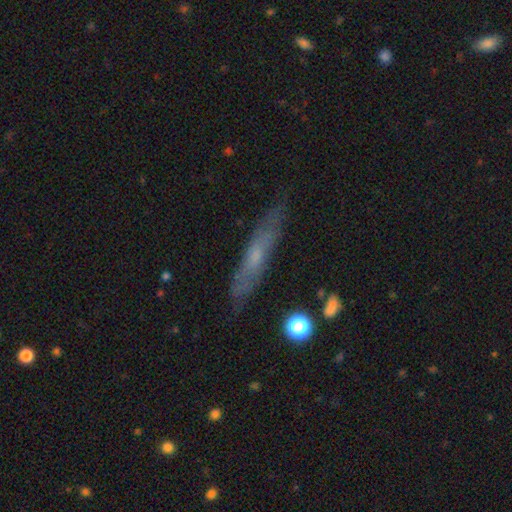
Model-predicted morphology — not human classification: smooth_or_featured: featured or disk (p=0.50) [alt: smooth p=0.42]
merging: none (p=0.81) [alt: minor disturbance p=0.14]